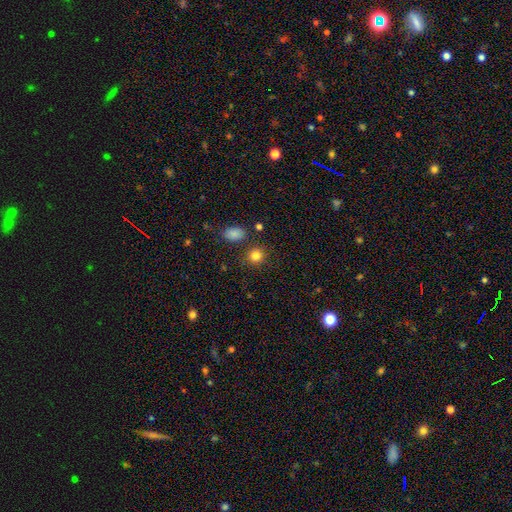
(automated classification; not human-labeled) Smooth or featured: smooth — 83% (star or artifact — 12%)
How rounded: round — 84% (in between — 15%)
Merging: none — 84% (minor disturbance — 8%)